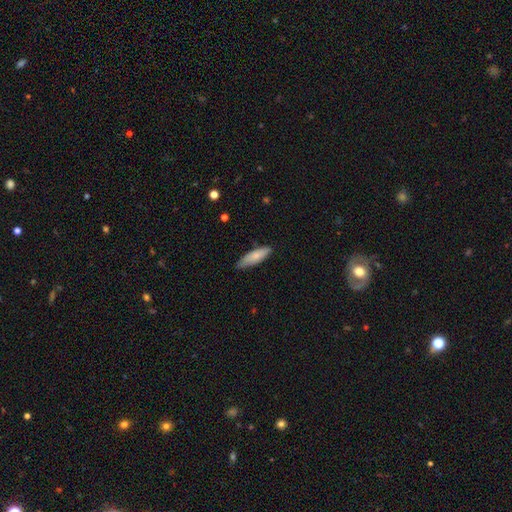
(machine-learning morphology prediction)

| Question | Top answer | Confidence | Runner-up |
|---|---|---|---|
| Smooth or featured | smooth | 77% | featured or disk (17%) |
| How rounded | cigar-shaped | 54% | in between (45%) |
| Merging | none | 76% | minor disturbance (20%) |